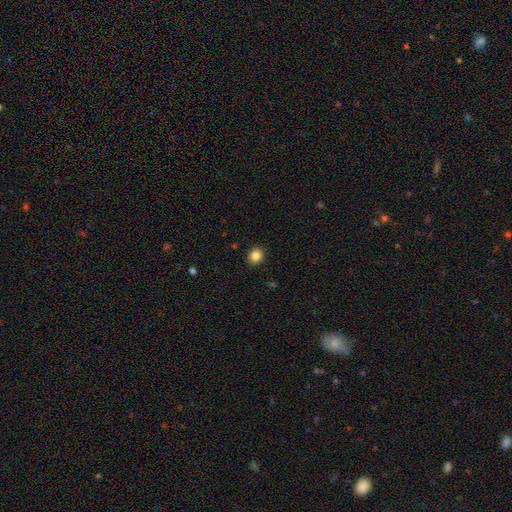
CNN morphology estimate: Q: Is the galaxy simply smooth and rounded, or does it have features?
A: smooth — 85%.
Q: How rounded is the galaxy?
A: round — 79%.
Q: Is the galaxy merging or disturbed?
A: none — 92%.